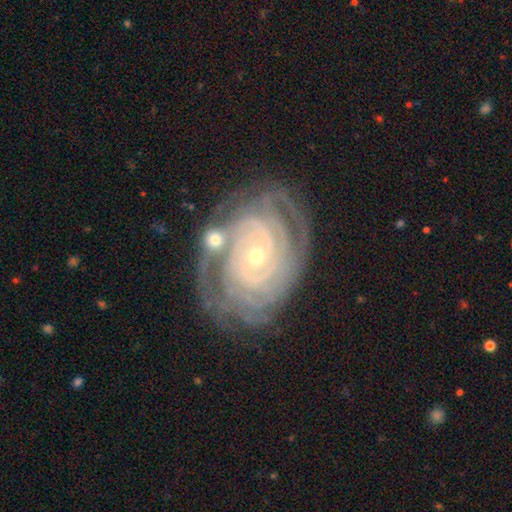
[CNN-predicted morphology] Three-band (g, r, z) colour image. It shows a featured or disk galaxy (90%) with no bar (66%), tight (87%) spiral arms (98%) and a small central bulge (65%). Merging: none (72%).